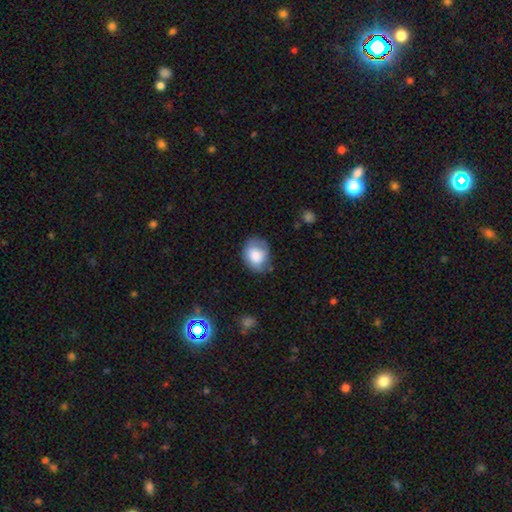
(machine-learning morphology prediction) This appears to be a smooth galaxy with no disk features (78%) that is round (52%). Merging: none (59%).